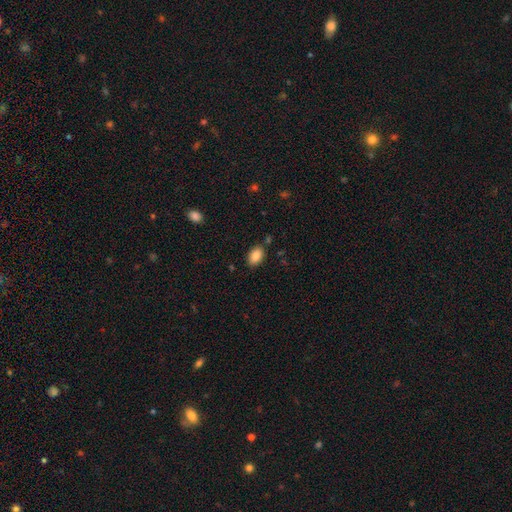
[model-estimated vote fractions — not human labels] This is clearly a smooth galaxy (87%). How rounded: clearly in between (89%). Merging: clearly none (84%).